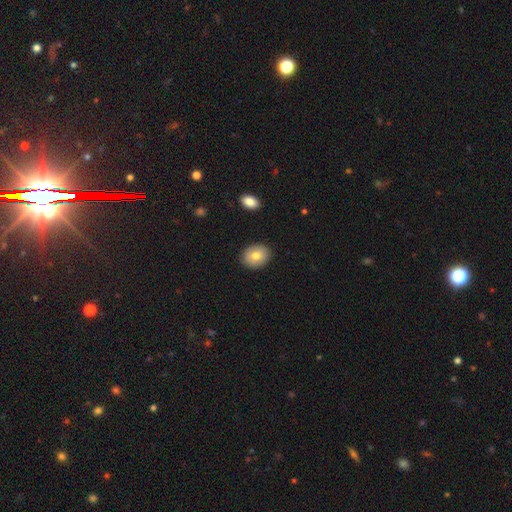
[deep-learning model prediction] Overall: smooth (76%). How rounded: in between (52%; round 47%). Merging: none (89%).